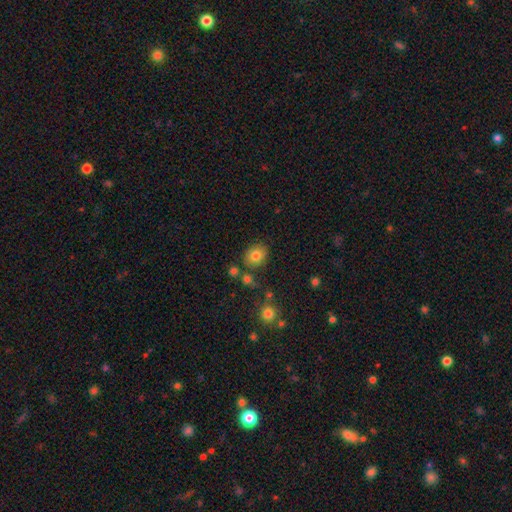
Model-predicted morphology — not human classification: Overall: smooth (80%). How rounded: round (62%; in between 37%). Merging: none (78%).